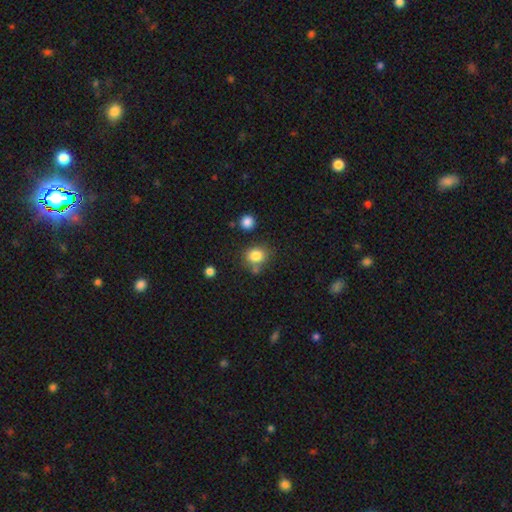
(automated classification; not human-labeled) Smooth or featured: smooth — 83% (star or artifact — 11%)
How rounded: round — 72% (in between — 27%)
Merging: none — 69% (minor disturbance — 14%)